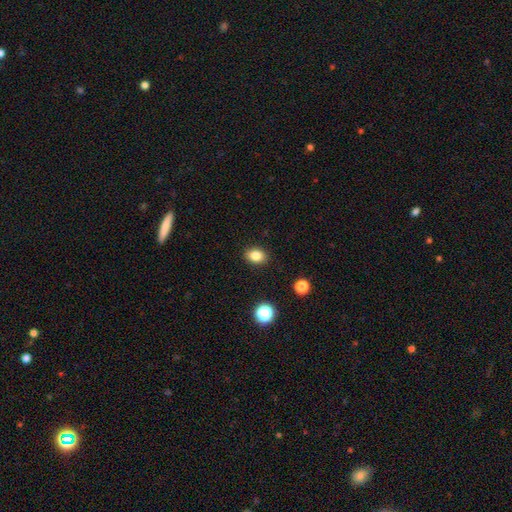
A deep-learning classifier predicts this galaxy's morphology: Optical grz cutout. It shows a smooth galaxy with no disk features (84%) that is in between round and cigar-shaped (68%). Merging: none (89%).